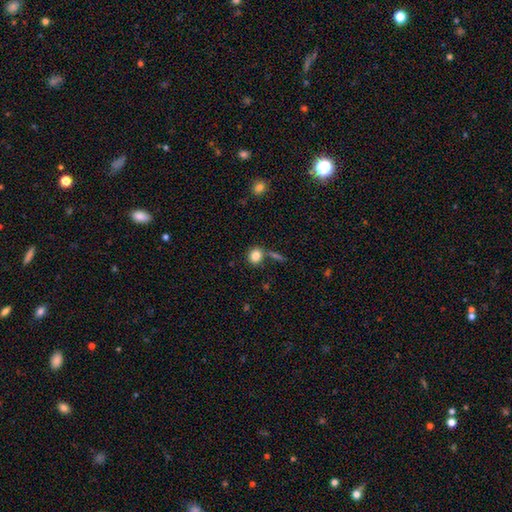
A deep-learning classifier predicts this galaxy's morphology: type=smooth (84%); roundness=round (73%); merging=none (68%).